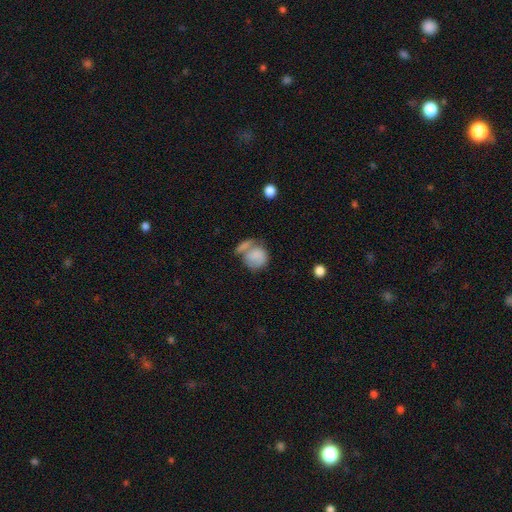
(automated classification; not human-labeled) smooth_or_featured: smooth (p=0.71) [alt: featured or disk p=0.21]
how_rounded: round (p=0.72) [alt: in between p=0.27]
merging: merger (p=0.37) [alt: none p=0.32]